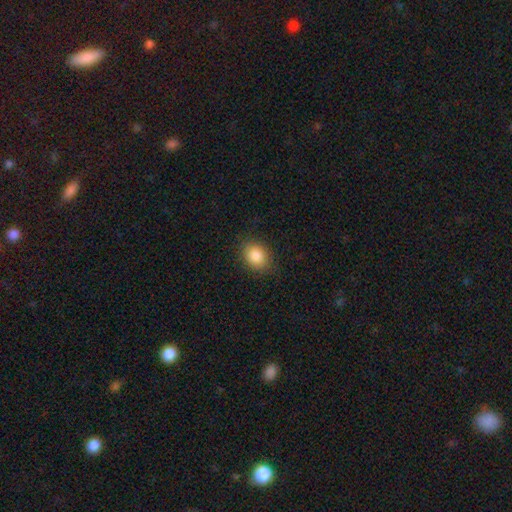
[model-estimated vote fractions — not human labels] Overall: smooth (86%). How rounded: in between (54%; round 45%). Merging: none (85%).